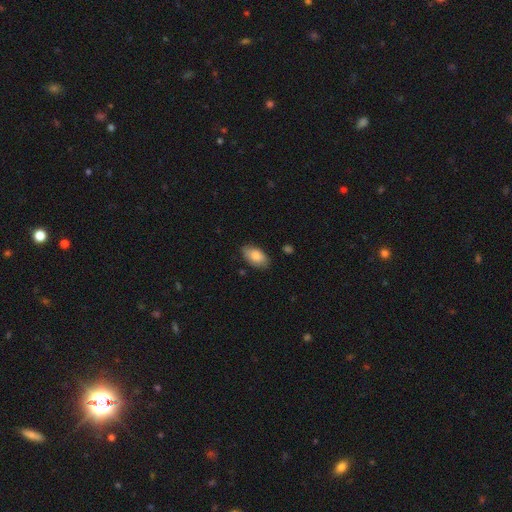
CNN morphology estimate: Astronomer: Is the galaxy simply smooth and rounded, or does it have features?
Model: smooth — 82%.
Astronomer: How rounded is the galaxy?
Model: in between — 93%.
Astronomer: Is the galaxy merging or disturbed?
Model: none — 78%.